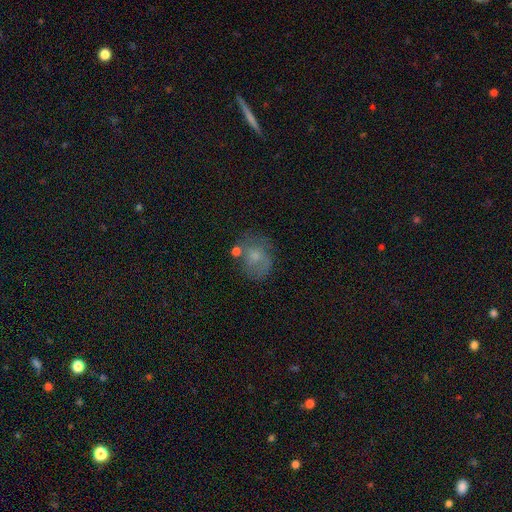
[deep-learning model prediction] Smooth or featured: smooth — 58% (featured or disk — 29%)
How rounded: round — 55% (in between — 44%)
Merging: none — 52% (minor disturbance — 24%)